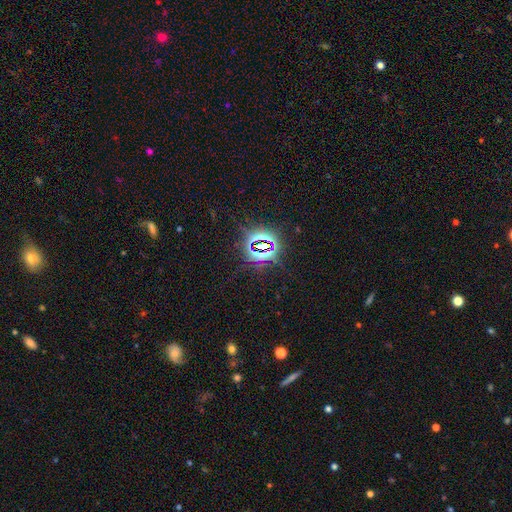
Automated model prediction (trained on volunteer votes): This is clearly a star or artifact rather than a galaxy (81%).